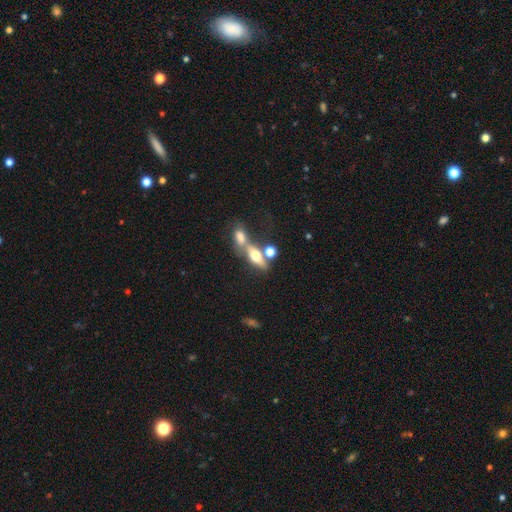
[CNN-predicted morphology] The model was most divided on "smooth or featured": smooth: 53%, featured or disk: 37%, star or artifact: 11%. More confident: how rounded — in between (58%); merging — merger (50%).